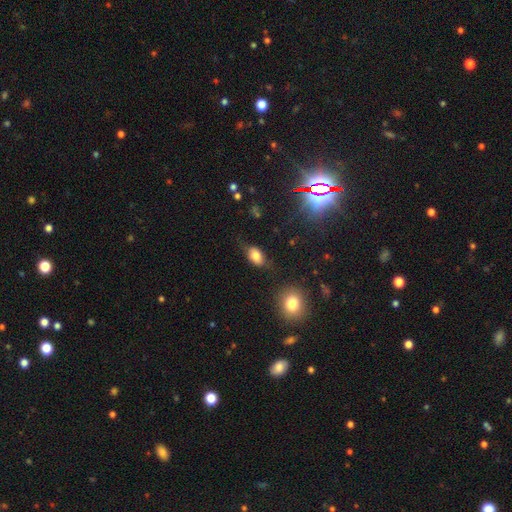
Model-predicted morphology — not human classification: smooth 76%, featured or disk 13%, star or artifact 11%. Down the decision tree: how rounded — in between (87%); merging — none (64%).